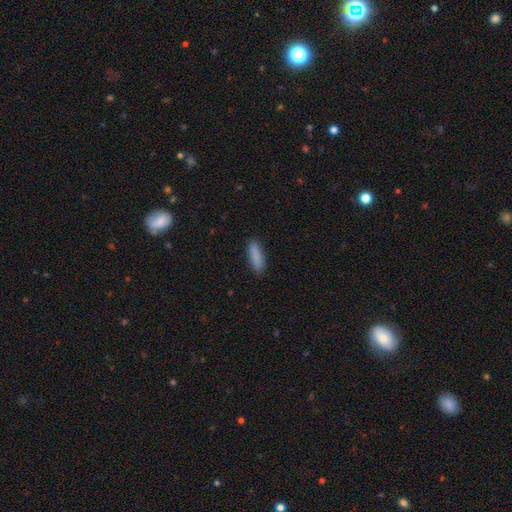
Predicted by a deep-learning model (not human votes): This appears to be a smooth galaxy with no disk features (88%) that is cigar-shaped (55%). Merging: none (87%).